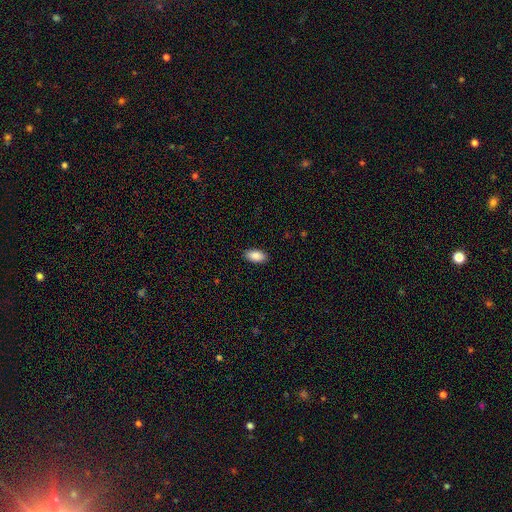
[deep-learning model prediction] smooth_or_featured: smooth (p=0.89) [alt: star or artifact p=0.07]
how_rounded: in between (p=0.94) [alt: round p=0.03]
merging: none (p=0.88) [alt: minor disturbance p=0.09]